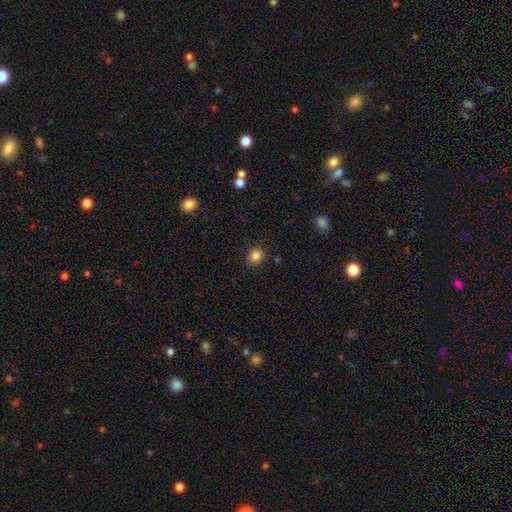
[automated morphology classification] smooth_or_featured: smooth (p=0.85) [alt: star or artifact p=0.12]
how_rounded: round (p=0.76) [alt: in between p=0.23]
merging: none (p=0.87) [alt: minor disturbance p=0.09]